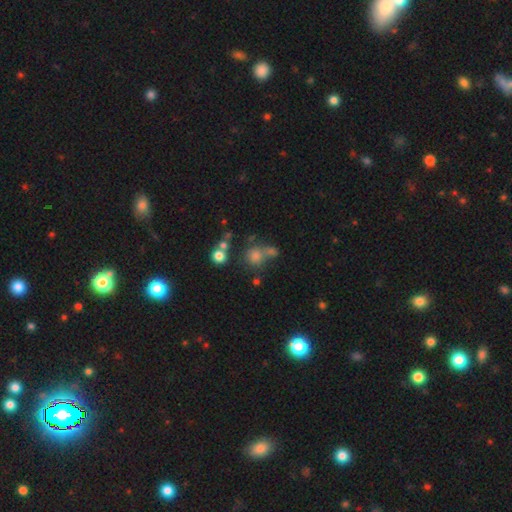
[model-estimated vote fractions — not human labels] A smooth galaxy with no disk features (71%) that is round (84%). Merging: none (52%).